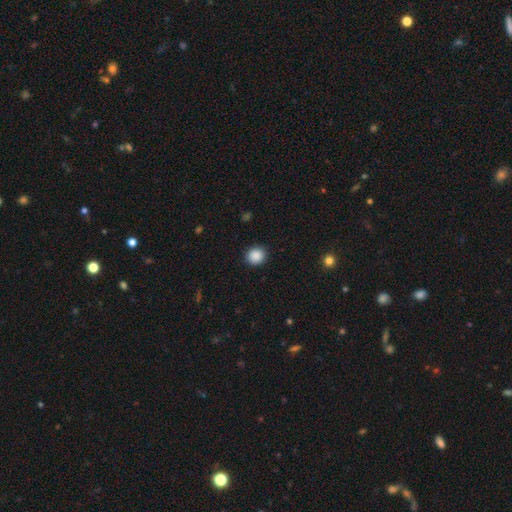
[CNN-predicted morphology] Smooth or featured: smooth — 88% (star or artifact — 9%)
How rounded: round — 89% (in between — 11%)
Merging: none — 92% (minor disturbance — 6%)